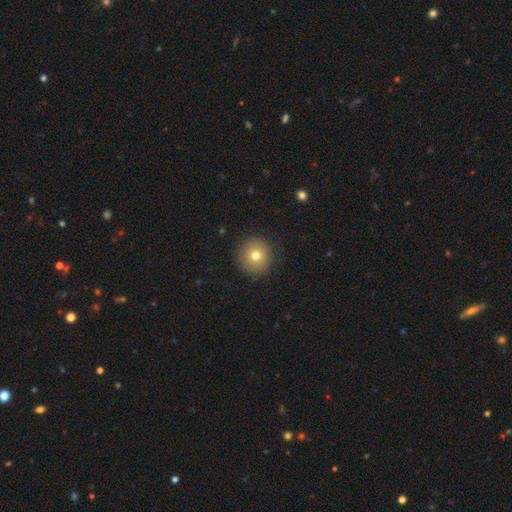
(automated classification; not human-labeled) This appears to be a smooth galaxy with no disk features (75%) that is round (94%). Merging: none (91%).